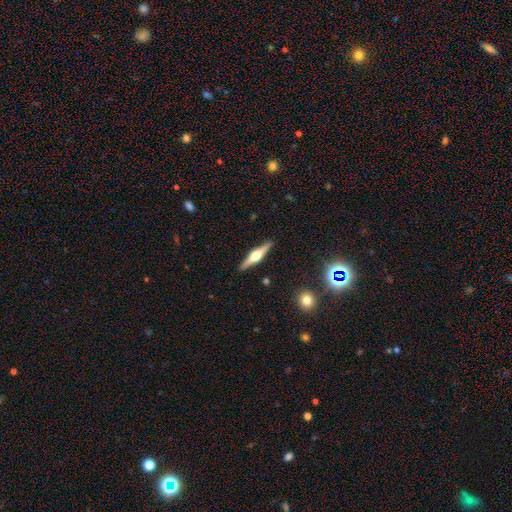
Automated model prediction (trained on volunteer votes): A featured or disk galaxy (73%) viewed edge-on (98%) with a rounded central bulge (94%).

Vote fractions:
- Smooth or featured? featured or disk: 73% / smooth: 21% / star or artifact: 6%
- Edge-on disk? yes: 98% / no: 2%
- Edge-on bulge? rounded: 94% / boxy: 4% / none: 2%
- Merging? none: 91% / minor disturbance: 6% / major disturbance: 1% / merger: 1%